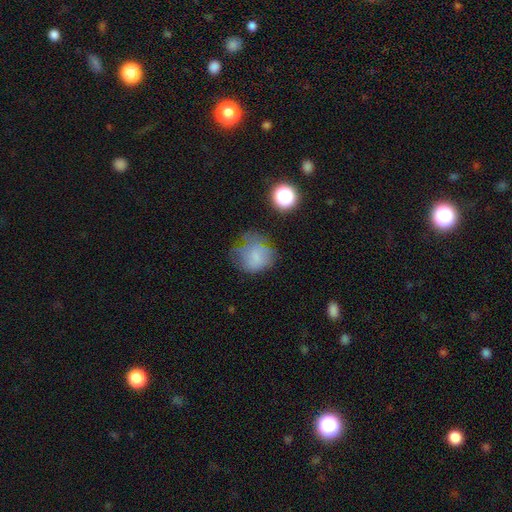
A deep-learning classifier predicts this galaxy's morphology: The model was most divided on "merging": none: 43%, minor disturbance: 29%, major disturbance: 25%, merger: 3%. More confident: how rounded — round (74%); smooth or featured — smooth (65%).